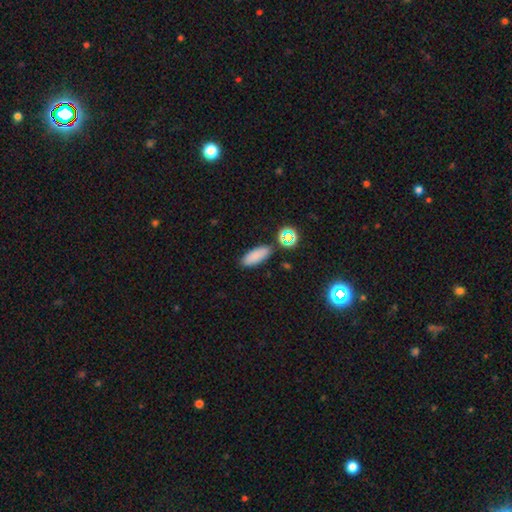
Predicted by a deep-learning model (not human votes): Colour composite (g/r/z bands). It shows a smooth galaxy with no disk features (82%) that is in between round and cigar-shaped (75%). Merging: none (83%).